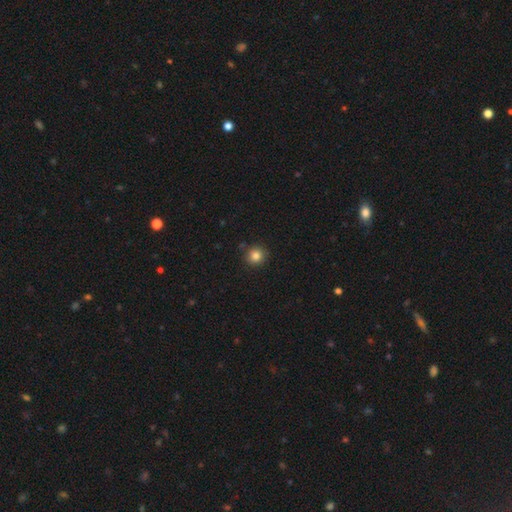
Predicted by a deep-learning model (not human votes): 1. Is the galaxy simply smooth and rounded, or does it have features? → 83% smooth, 11% star or artifact, 5% featured or disk.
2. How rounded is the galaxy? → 92% round, 7% in between, 1% cigar-shaped.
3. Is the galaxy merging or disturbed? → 89% none, 7% minor disturbance, 2% merger, 2% major disturbance.